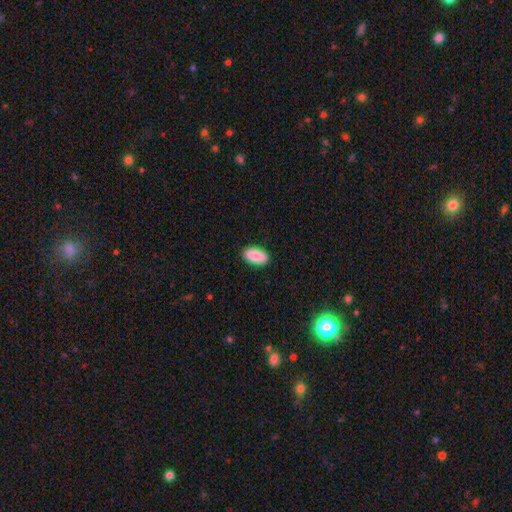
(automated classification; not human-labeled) Smooth or featured? Predicted: smooth (p=0.90). How rounded? Predicted: in between (p=0.94). Merging? Predicted: none (p=0.89).